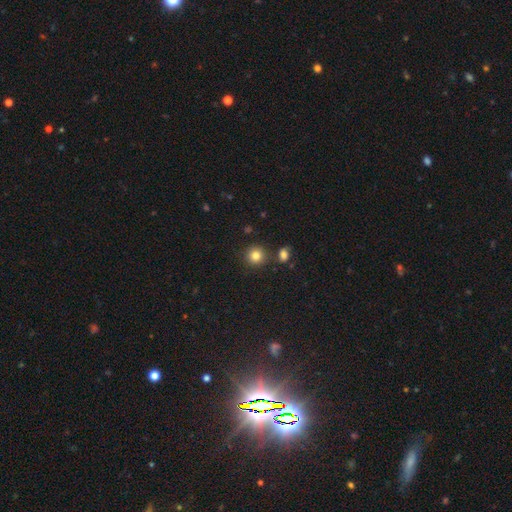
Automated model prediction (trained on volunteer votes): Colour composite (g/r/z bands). It shows a smooth galaxy with no disk features (83%) that is round (91%). Merging: none (82%).